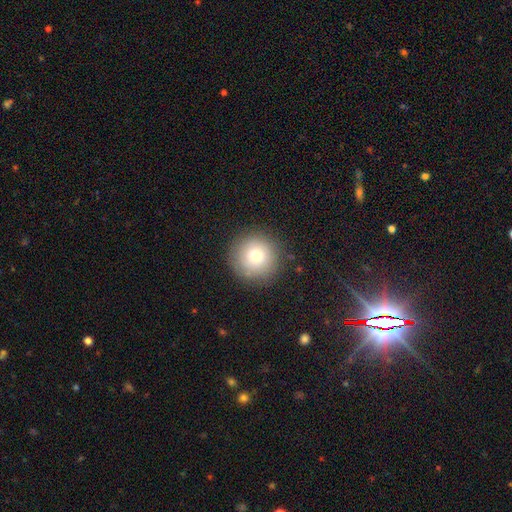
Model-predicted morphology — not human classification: The model was most divided on "smooth or featured": smooth: 74%, featured or disk: 14%, star or artifact: 12%. More confident: how rounded — round (96%); merging — none (87%).